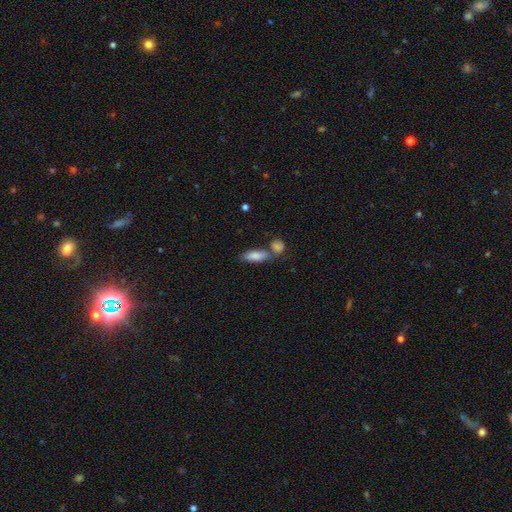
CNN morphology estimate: Smooth or featured: smooth — 82% (featured or disk — 11%)
How rounded: in between — 73% (cigar-shaped — 24%)
Merging: none — 51% (merger — 32%)